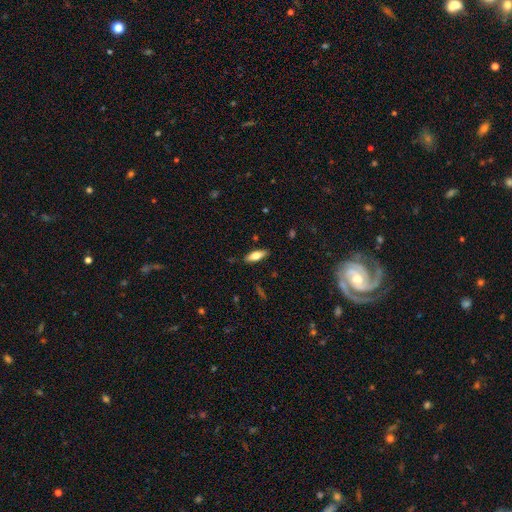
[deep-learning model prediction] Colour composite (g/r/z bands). It shows a smooth galaxy with no disk features (62%) that is in between round and cigar-shaped (64%). Merging: none (86%).